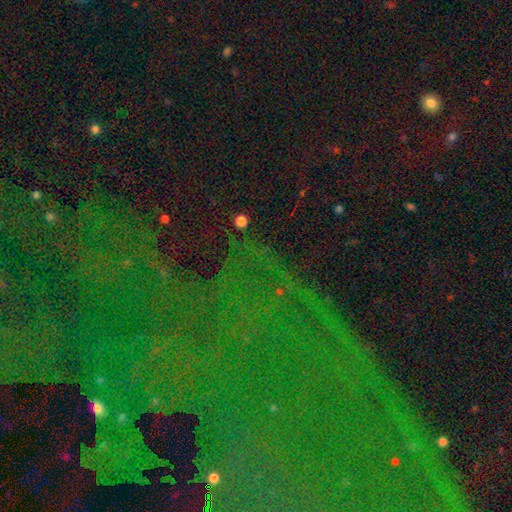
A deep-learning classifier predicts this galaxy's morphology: Overall: star or artifact (83%).